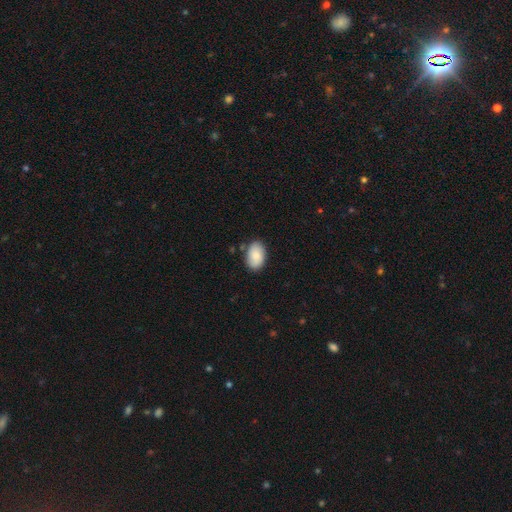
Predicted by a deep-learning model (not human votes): smooth-or-featured: smooth: 82% | featured or disk: 12% | star or artifact: 6%
  how-rounded: in between: 89% | round: 9% | cigar-shaped: 1%
  merging: none: 81% | minor disturbance: 14% | major disturbance: 3% | merger: 3%